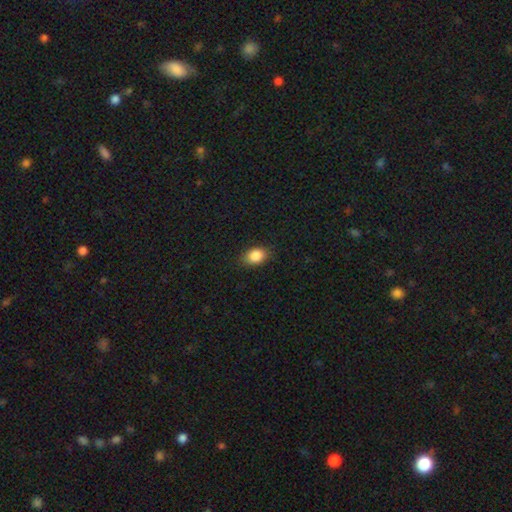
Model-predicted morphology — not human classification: smooth 87%, star or artifact 8%, featured or disk 5%. Down the decision tree: how rounded — in between (76%); merging — none (85%).